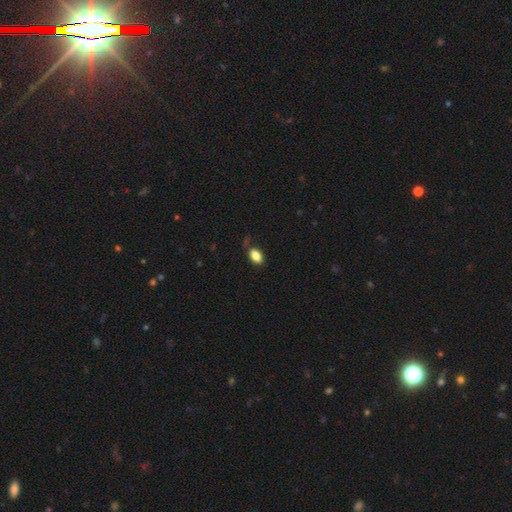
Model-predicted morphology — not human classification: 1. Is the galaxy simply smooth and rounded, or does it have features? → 84% smooth, 8% star or artifact, 7% featured or disk.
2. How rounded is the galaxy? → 90% in between, 7% round, 3% cigar-shaped.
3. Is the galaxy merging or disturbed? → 72% none, 19% minor disturbance, 5% major disturbance, 4% merger.